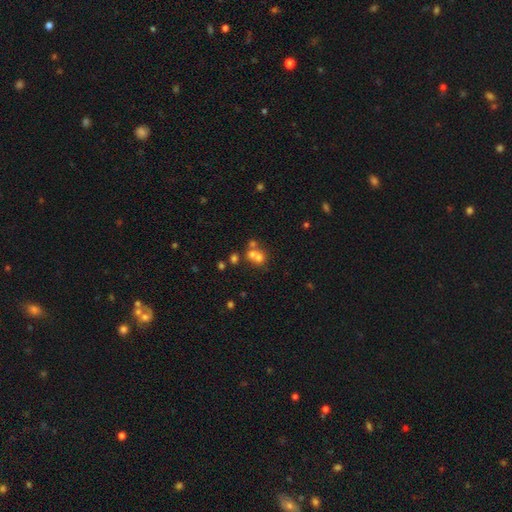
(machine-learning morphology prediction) Smooth or featured? smooth (61%)
How rounded? round (79%)
Merging? merger (54%)